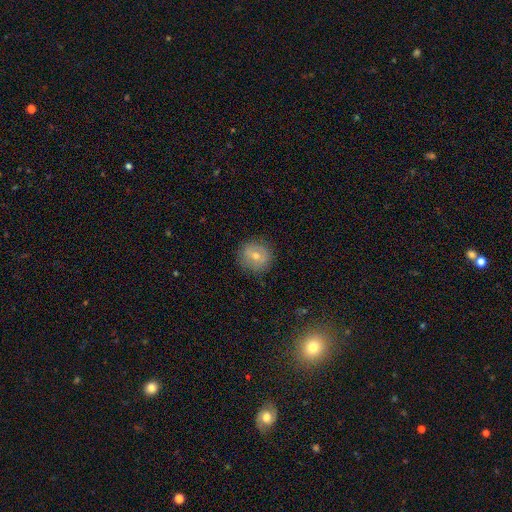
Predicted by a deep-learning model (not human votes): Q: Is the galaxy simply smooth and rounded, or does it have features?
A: smooth — 54%.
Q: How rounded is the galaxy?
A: round — 90%.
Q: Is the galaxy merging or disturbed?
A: none — 88%.